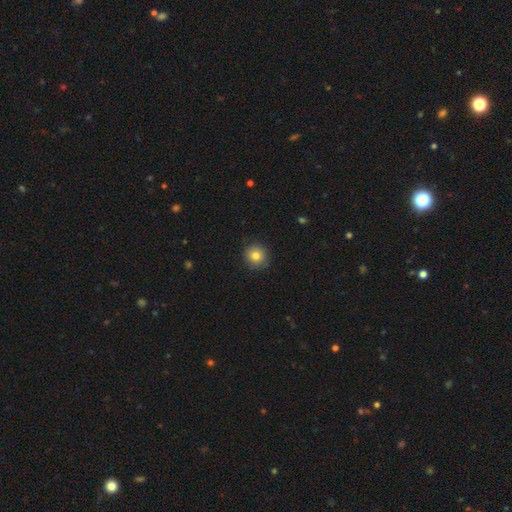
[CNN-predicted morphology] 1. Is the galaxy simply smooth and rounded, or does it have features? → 81% smooth, 11% star or artifact, 8% featured or disk.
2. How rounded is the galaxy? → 93% round, 6% in between, 1% cigar-shaped.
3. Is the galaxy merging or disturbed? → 89% none, 8% minor disturbance, 2% major disturbance, 1% merger.